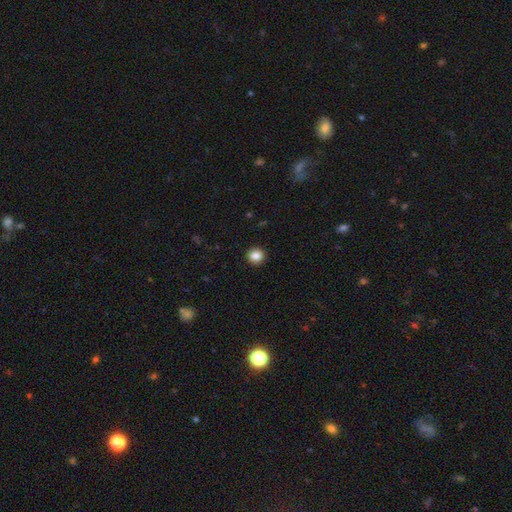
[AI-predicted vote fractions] Smooth or featured?
  - smooth: 85% *
  - star or artifact: 10%
  - featured or disk: 5%
How rounded?
  - round: 92% *
  - in between: 7%
  - cigar-shaped: 1%
Merging?
  - none: 93% *
  - minor disturbance: 4%
  - major disturbance: 2%
  - merger: 1%